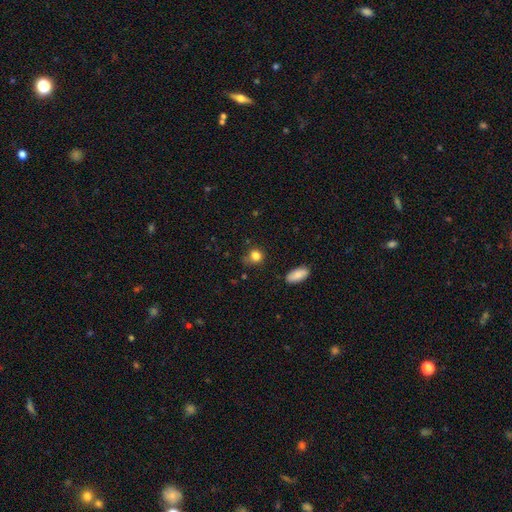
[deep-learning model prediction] Q: Smooth or featured?
A: smooth (83%); runner-up: star or artifact (11%)
Q: How rounded?
A: round (73%); runner-up: in between (26%)
Q: Merging?
A: none (63%); runner-up: minor disturbance (25%)